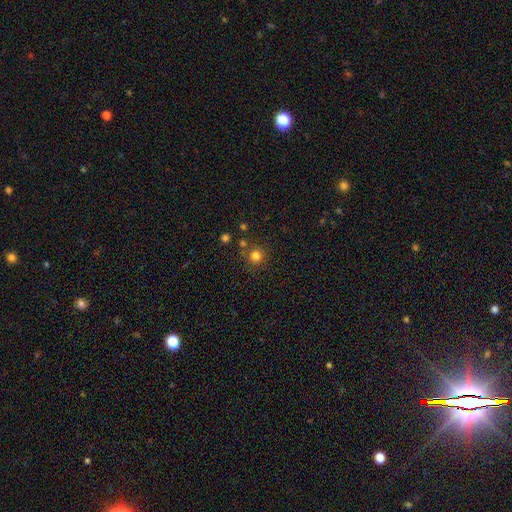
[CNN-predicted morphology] Smooth or featured? Predicted: smooth (p=0.79). How rounded? Predicted: round (p=0.94). Merging? Predicted: none (p=0.80).